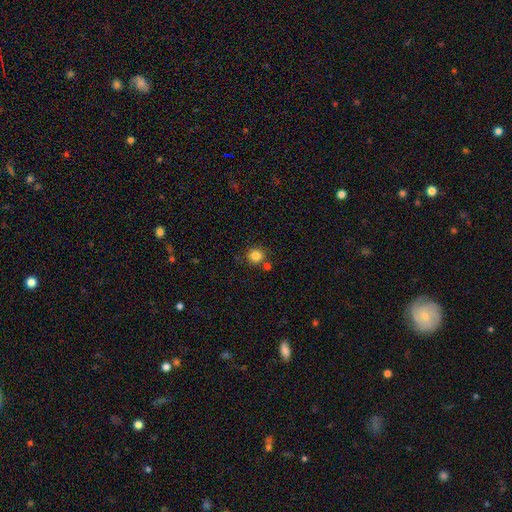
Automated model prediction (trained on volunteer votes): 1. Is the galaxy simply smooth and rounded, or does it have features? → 83% smooth, 11% star or artifact, 5% featured or disk.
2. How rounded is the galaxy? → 92% round, 7% in between, 1% cigar-shaped.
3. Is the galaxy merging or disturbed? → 76% none, 11% merger, 9% minor disturbance, 3% major disturbance.